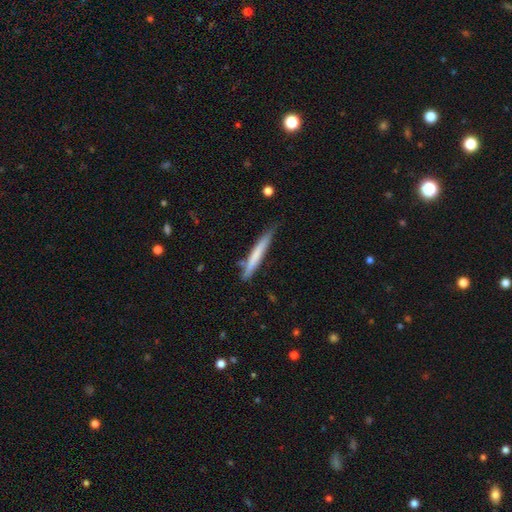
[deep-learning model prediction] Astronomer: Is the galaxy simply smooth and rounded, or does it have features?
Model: smooth — 64%.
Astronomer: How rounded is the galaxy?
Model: cigar-shaped — 96%.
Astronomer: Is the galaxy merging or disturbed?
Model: none — 73%.